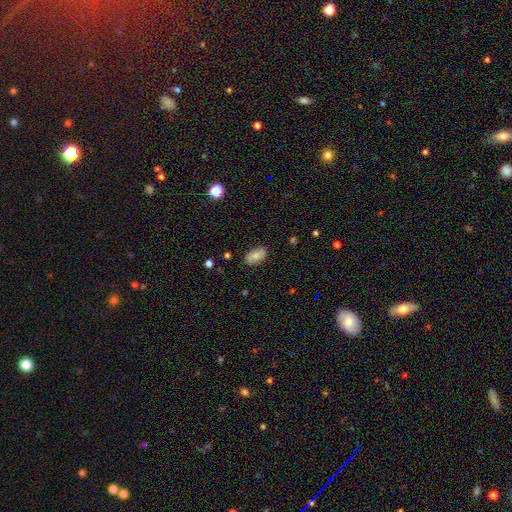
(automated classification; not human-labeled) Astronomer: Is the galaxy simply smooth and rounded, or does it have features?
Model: smooth — 77%.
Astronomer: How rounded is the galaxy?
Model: in between — 92%.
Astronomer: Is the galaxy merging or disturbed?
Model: none — 86%.